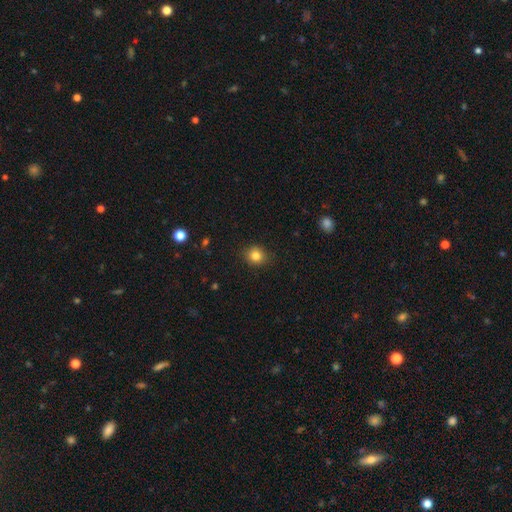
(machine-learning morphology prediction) smooth 82%, star or artifact 12%, featured or disk 6%. Down the decision tree: how rounded — round (82%); merging — none (89%).